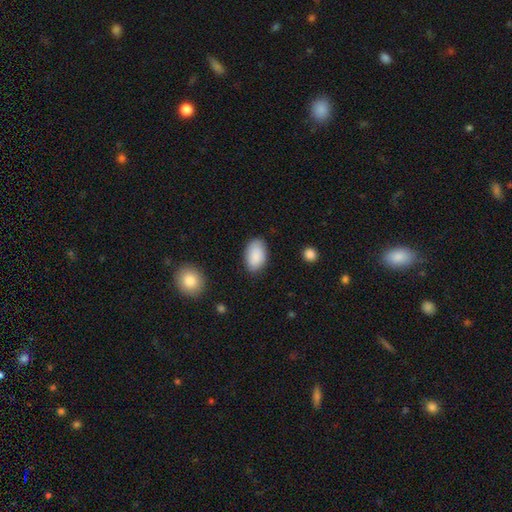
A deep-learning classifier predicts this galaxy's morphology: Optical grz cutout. It shows a smooth galaxy with no disk features (88%) that is in between round and cigar-shaped (93%). Merging: none (81%).